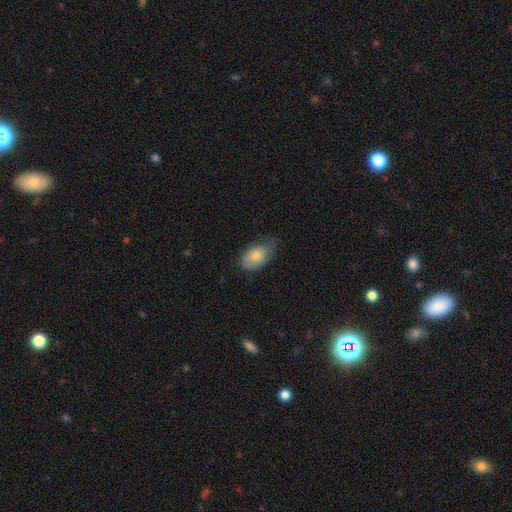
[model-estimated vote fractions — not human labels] A smooth galaxy with no disk features (78%) that is in between round and cigar-shaped (90%).

Vote fractions:
- Smooth or featured? smooth: 78% / featured or disk: 15% / star or artifact: 7%
- How rounded? in between: 90% / round: 8% / cigar-shaped: 2%
- Merging? none: 49% / minor disturbance: 40% / major disturbance: 10% / merger: 1%